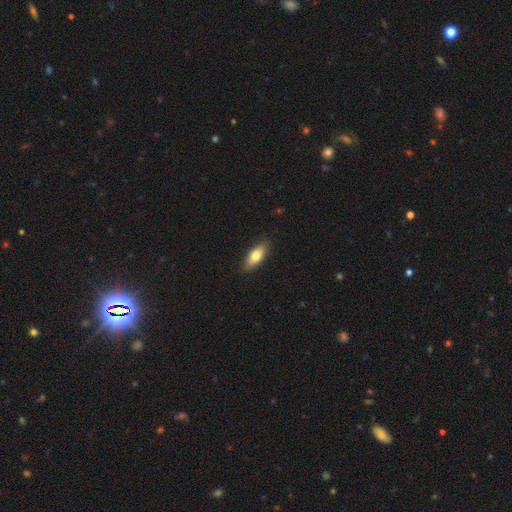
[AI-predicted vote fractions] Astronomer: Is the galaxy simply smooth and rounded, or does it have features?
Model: smooth — 77%.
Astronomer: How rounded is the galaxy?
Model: in between — 75%.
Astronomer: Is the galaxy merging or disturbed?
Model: none — 87%.